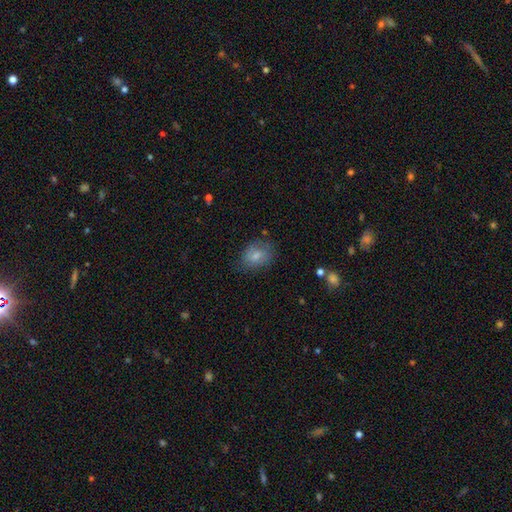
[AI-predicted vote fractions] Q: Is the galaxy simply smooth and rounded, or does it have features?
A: smooth — 75%.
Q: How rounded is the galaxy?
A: in between — 66%.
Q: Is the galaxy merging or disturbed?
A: none — 66%.